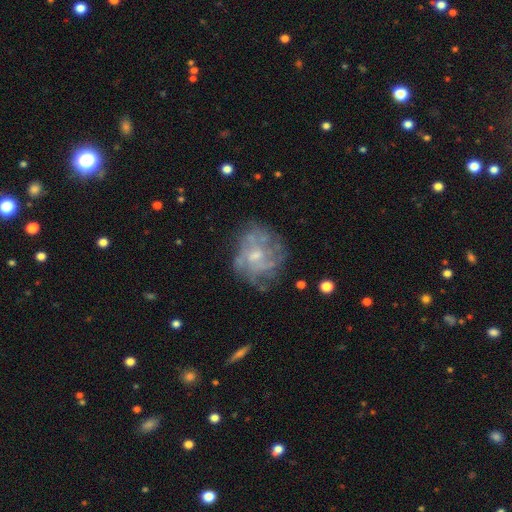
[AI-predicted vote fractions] Smooth or featured? Predicted: featured or disk (p=0.70). Edge-on disk? Predicted: no (p=0.97). Bar? Predicted: no (p=0.68). Spiral arms? Predicted: yes (p=0.59). Bulge size? Predicted: small (p=0.46). Merging? Predicted: none (p=0.61).